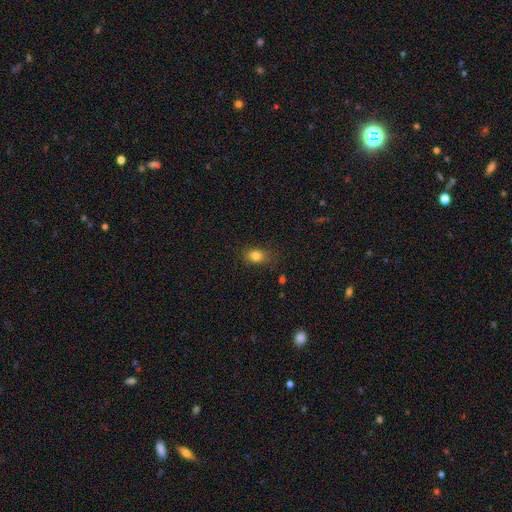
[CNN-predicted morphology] This appears to be a smooth galaxy with no disk features (81%) that is in between round and cigar-shaped (60%). Merging: none (76%).